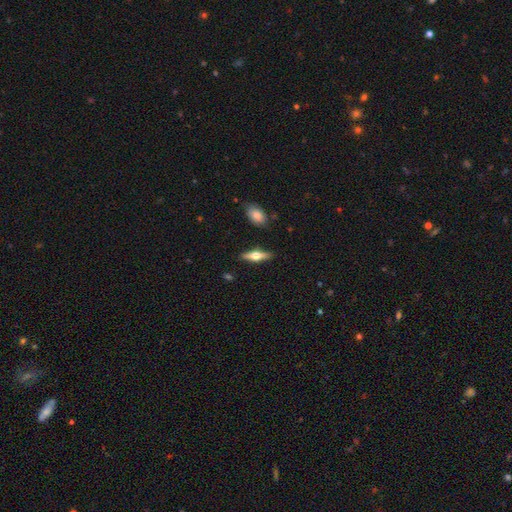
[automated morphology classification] Smooth or featured?
  - featured or disk: 59% *
  - smooth: 35%
  - star or artifact: 6%
Edge-on disk?
  - yes: 94% *
  - no: 6%
Edge-on bulge?
  - rounded: 95% *
  - boxy: 3%
  - none: 2%
Merging?
  - none: 87% *
  - minor disturbance: 9%
  - major disturbance: 2%
  - merger: 2%